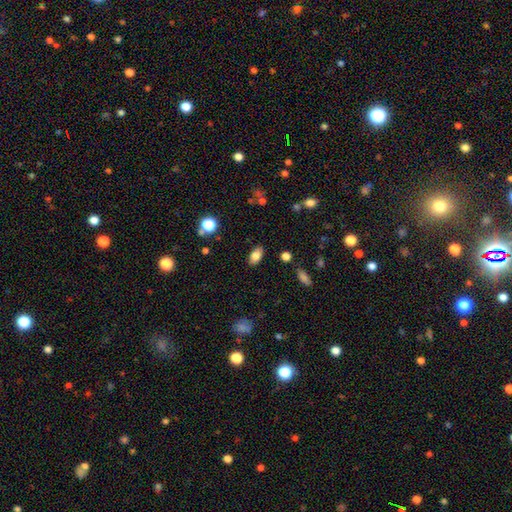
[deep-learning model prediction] Smooth or featured? Predicted: smooth (p=0.80). How rounded? Predicted: in between (p=0.90). Merging? Predicted: none (p=0.85).